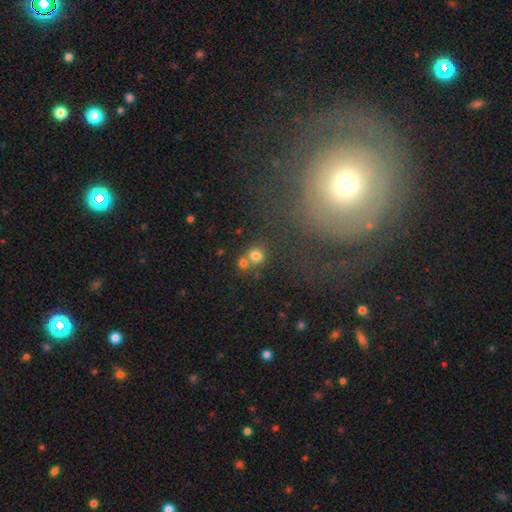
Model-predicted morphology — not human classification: smooth-or-featured: smooth: 73% | star or artifact: 18% | featured or disk: 9%
  how-rounded: round: 85% | in between: 14% | cigar-shaped: 1%
  merging: none: 55% | merger: 33% | minor disturbance: 8% | major disturbance: 4%